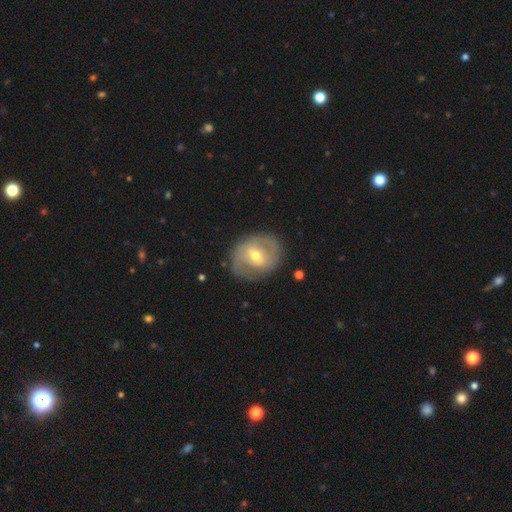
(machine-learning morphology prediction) smooth-or-featured: featured or disk: 72% | smooth: 22% | star or artifact: 6%
  disk-edge-on: no: 96% | yes: 4%
    bar: weak: 52% | no: 24% | strong: 24%
    has-spiral-arms: yes: 74% | no: 26%
      spiral-winding: tight: 43% | medium: 39% | loose: 18%
      spiral-arm-count: 2: 69% | can't tell: 19% | 1: 4% | 3: 4% | 4: 2% | more than 4: 2%
    bulge-size: moderate: 69% | small: 25% | large: 4% | none: 1% | dominant: 1%
  merging: none: 77% | minor disturbance: 16% | major disturbance: 6% | merger: 1%